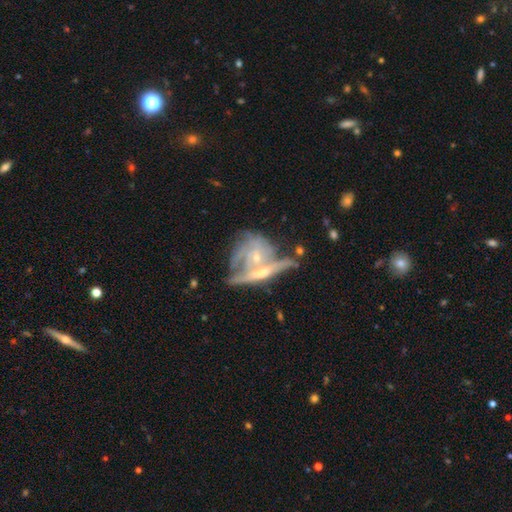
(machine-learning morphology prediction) This appears to be a featured or disk galaxy (74%) with no bar (69%), spiral arms (72%) and a small central bulge (62%). Merging: merger (48%).